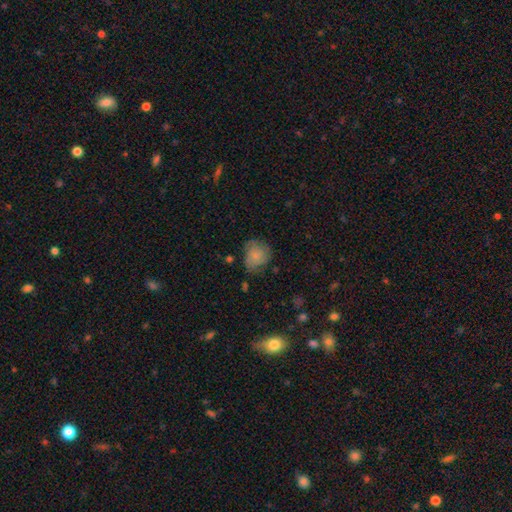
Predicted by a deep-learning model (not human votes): A smooth galaxy with no disk features (66%) that is round (72%).

Vote fractions:
- Smooth or featured? smooth: 66% / featured or disk: 26% / star or artifact: 8%
- How rounded? round: 72% / in between: 27% / cigar-shaped: 1%
- Merging? none: 57% / minor disturbance: 30% / major disturbance: 11% / merger: 2%